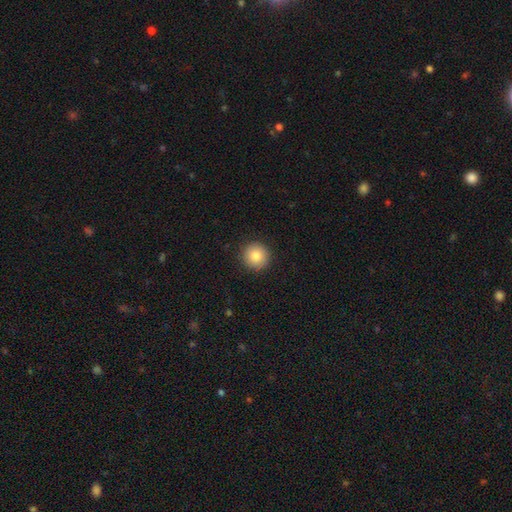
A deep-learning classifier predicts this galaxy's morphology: This appears to be a smooth galaxy with no disk features (83%) that is round (95%). Merging: none (91%).